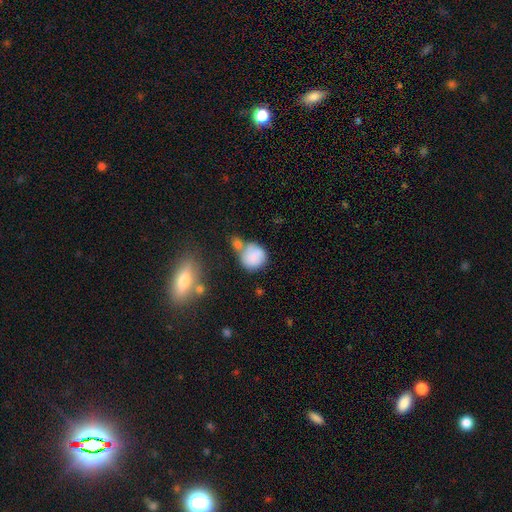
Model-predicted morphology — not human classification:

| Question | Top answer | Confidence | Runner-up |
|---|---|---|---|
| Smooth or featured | smooth | 78% | featured or disk (14%) |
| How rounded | round | 82% | in between (17%) |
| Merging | none | 37% | merger (36%) |